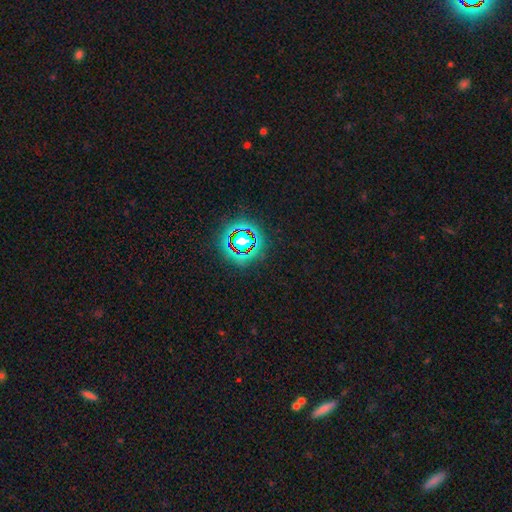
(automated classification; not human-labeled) Overall: star or artifact (72%).